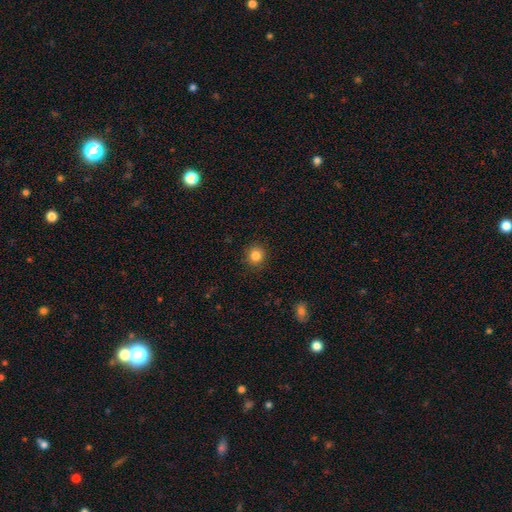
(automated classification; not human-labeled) Smooth or featured: smooth — 83% (star or artifact — 11%)
How rounded: round — 92% (in between — 7%)
Merging: none — 91% (minor disturbance — 6%)